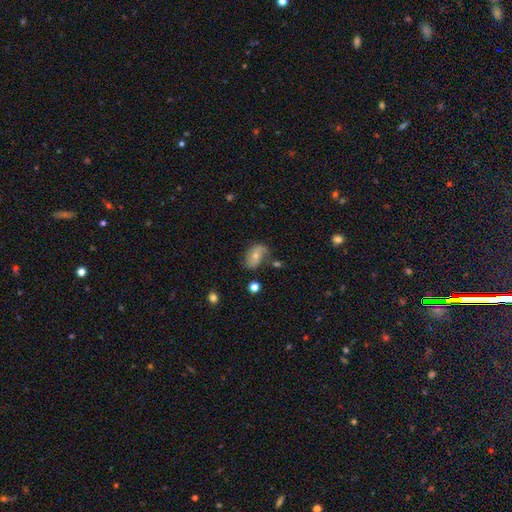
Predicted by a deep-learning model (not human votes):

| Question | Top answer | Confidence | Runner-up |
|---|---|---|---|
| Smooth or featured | smooth | 48% | featured or disk (43%) |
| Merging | none | 59% | minor disturbance (25%) |